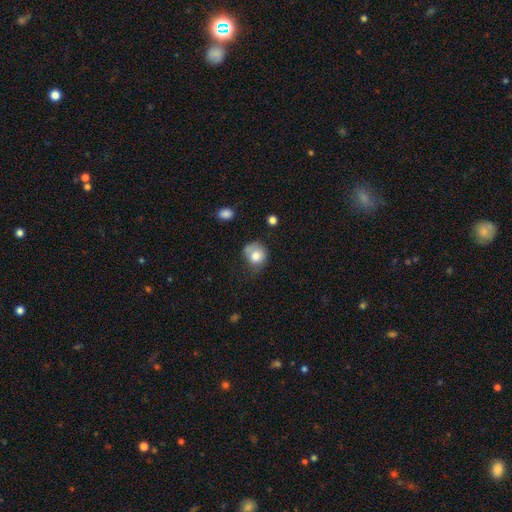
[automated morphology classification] A smooth galaxy with no disk features (78%) that is round (74%).

Vote fractions:
- Smooth or featured? smooth: 78% / featured or disk: 14% / star or artifact: 9%
- How rounded? round: 74% / in between: 25% / cigar-shaped: 1%
- Merging? none: 44% / minor disturbance: 31% / major disturbance: 17% / merger: 8%